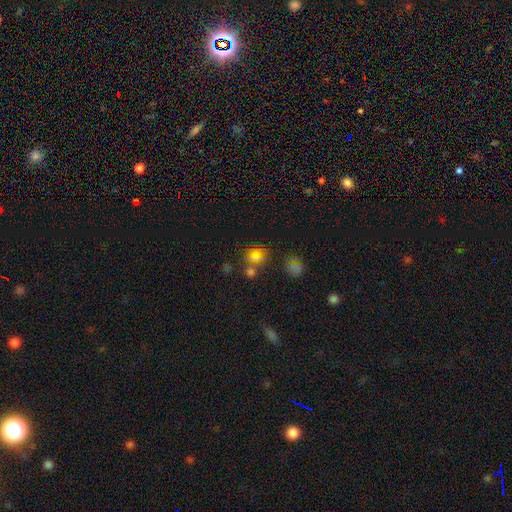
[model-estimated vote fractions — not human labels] smooth_or_featured: smooth (p=0.52) [alt: star or artifact p=0.40]
how_rounded: round (p=0.61) [alt: in between p=0.35]
merging: none (p=0.73) [alt: minor disturbance p=0.12]